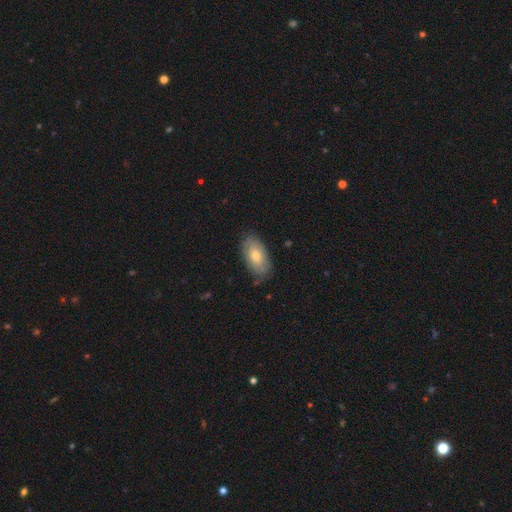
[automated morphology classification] This is likely a smooth galaxy (67%). How rounded: clearly in between (93%). Merging: clearly none (80%).